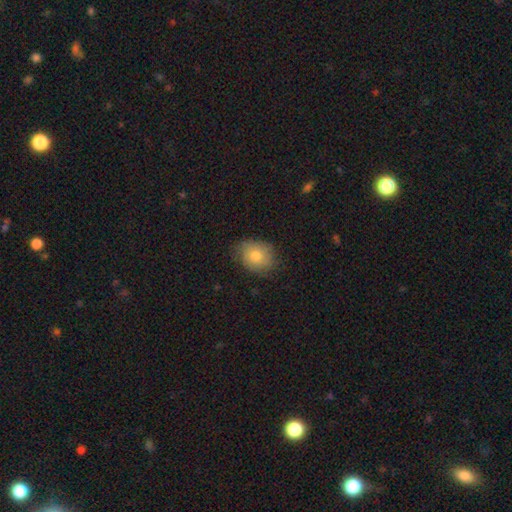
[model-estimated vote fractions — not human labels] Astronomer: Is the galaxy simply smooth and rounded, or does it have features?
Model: smooth — 72%.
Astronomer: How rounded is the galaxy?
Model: round — 56% (runner-up: in between, 43%).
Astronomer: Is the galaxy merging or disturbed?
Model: none — 70%.